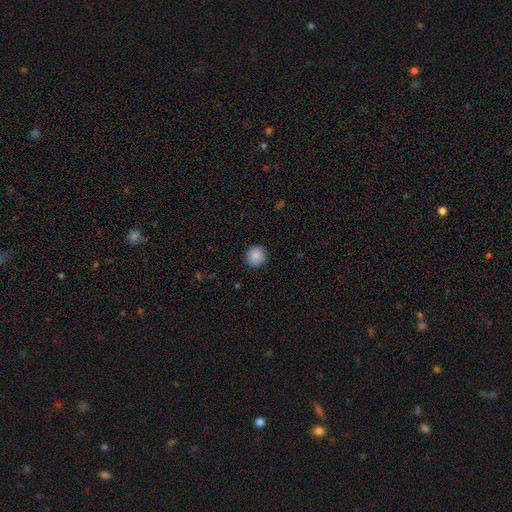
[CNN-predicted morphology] A smooth galaxy with no disk features (87%) that is round (90%). Merging: none (90%).